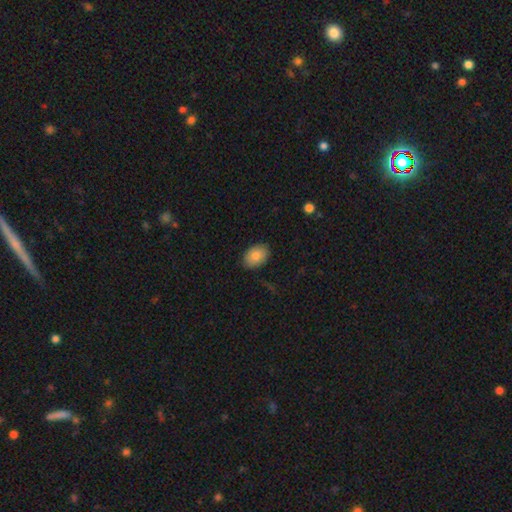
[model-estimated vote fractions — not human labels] Q: Smooth or featured?
A: smooth (84%); runner-up: featured or disk (9%)
Q: How rounded?
A: in between (84%); runner-up: round (15%)
Q: Merging?
A: none (86%); runner-up: minor disturbance (11%)